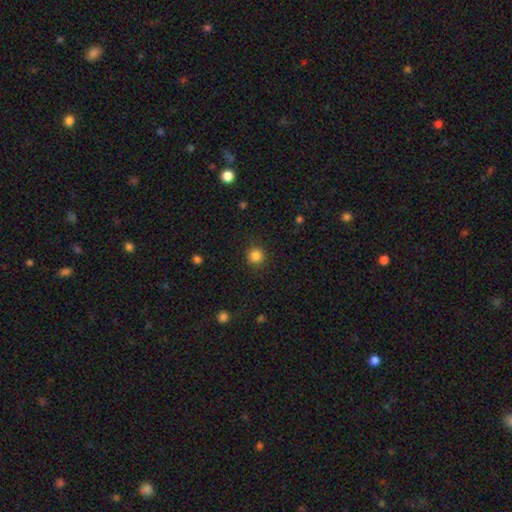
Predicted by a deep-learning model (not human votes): Smooth or featured? smooth (85%)
How rounded? round (94%)
Merging? none (90%)